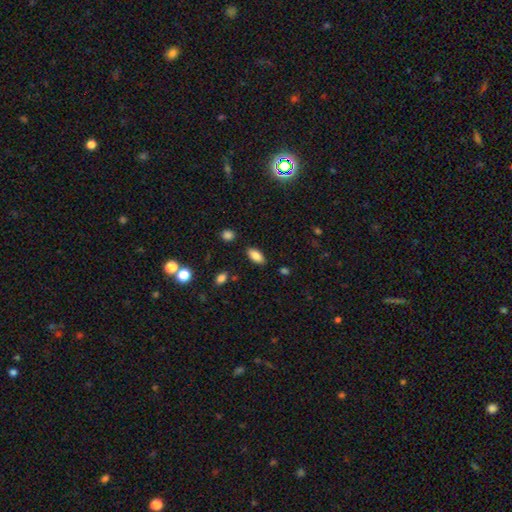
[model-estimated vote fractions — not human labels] Smooth or featured: smooth — 83% (featured or disk — 8%)
How rounded: in between — 88% (cigar-shaped — 9%)
Merging: none — 86% (minor disturbance — 10%)